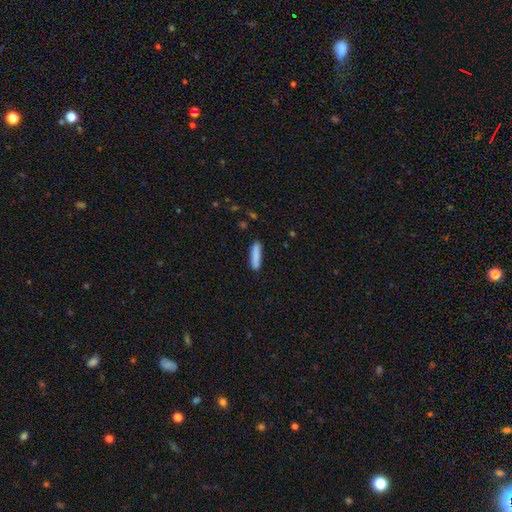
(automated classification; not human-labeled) smooth 87%, featured or disk 7%, star or artifact 6%. Down the decision tree: how rounded — cigar-shaped (78%); merging — none (87%).